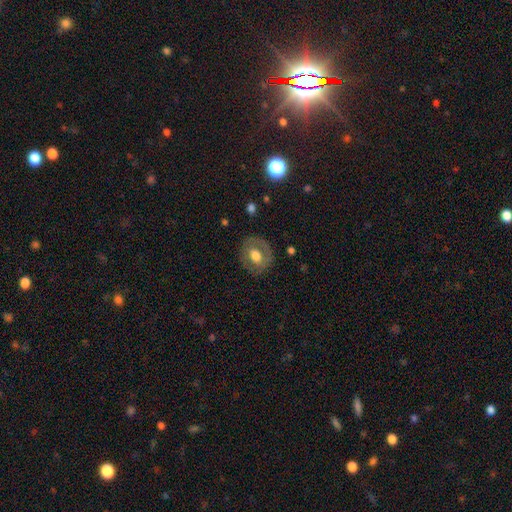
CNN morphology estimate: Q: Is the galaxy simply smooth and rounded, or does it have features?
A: smooth — 50%.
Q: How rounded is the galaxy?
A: round — 61%.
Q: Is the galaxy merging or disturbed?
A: none — 79%.